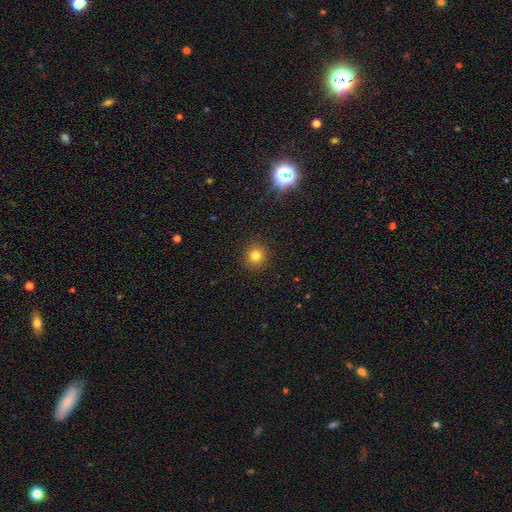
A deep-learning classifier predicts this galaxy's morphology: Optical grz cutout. It shows a smooth galaxy with no disk features (80%) that is round (90%). Merging: none (91%).